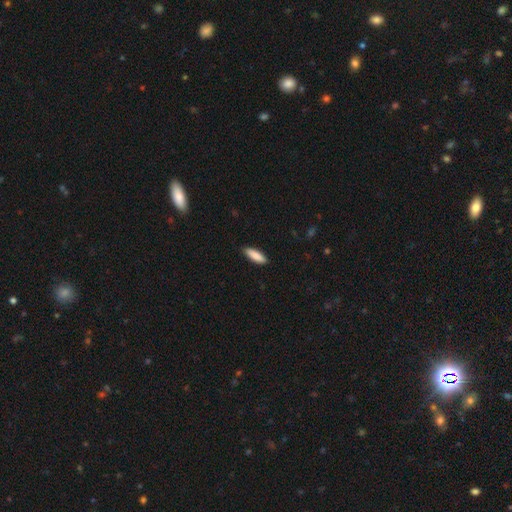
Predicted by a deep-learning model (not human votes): smooth_or_featured: smooth (p=0.87) [alt: featured or disk p=0.07]
how_rounded: cigar-shaped (p=0.50) [alt: in between p=0.48]
merging: none (p=0.88) [alt: minor disturbance p=0.09]